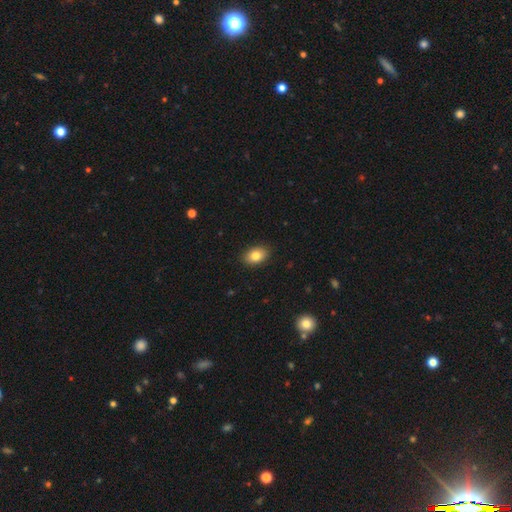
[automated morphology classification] Smooth or featured?
  - smooth: 83% *
  - featured or disk: 9%
  - star or artifact: 8%
How rounded?
  - in between: 84% *
  - round: 14%
  - cigar-shaped: 1%
Merging?
  - none: 89% *
  - minor disturbance: 8%
  - major disturbance: 2%
  - merger: 1%